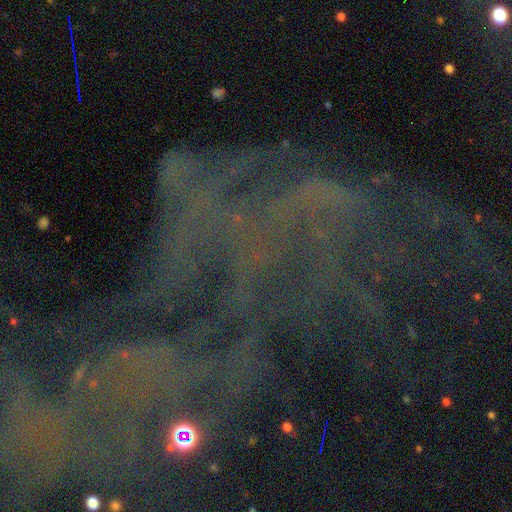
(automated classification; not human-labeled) Overall: star or artifact (62%; featured or disk 26%).